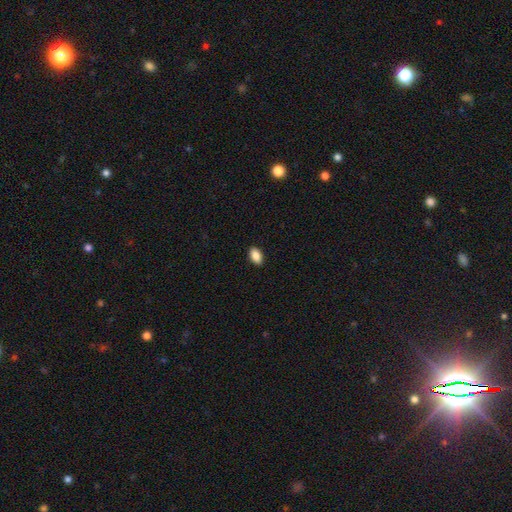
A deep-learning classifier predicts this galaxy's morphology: type=smooth (88%); roundness=in between (91%); merging=none (91%).